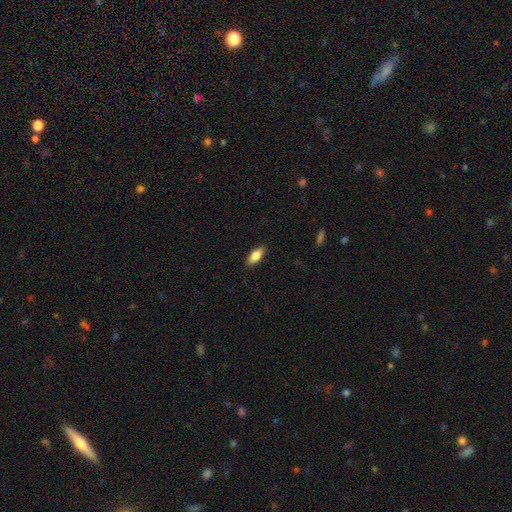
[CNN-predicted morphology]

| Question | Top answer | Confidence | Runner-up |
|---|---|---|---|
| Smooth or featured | smooth | 81% | featured or disk (13%) |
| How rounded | in between | 81% | cigar-shaped (16%) |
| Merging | none | 87% | minor disturbance (10%) |